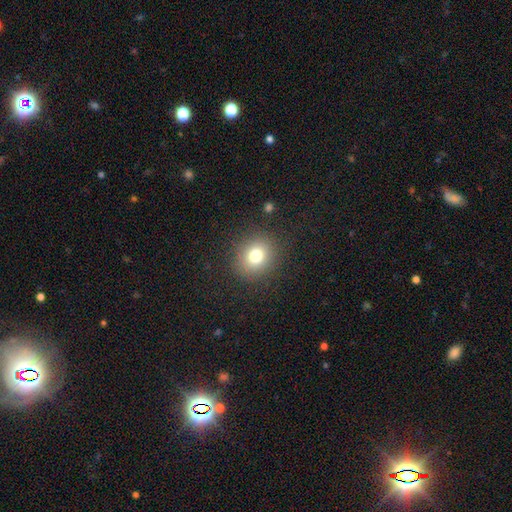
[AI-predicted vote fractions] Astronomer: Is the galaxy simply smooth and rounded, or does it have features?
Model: smooth — 77%.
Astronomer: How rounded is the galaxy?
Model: round — 77%.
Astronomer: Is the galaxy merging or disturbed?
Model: none — 87%.